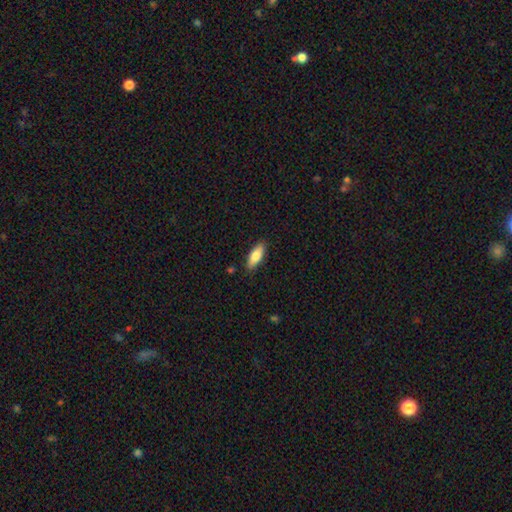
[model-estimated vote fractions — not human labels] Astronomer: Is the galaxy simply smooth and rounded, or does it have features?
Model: smooth — 79%.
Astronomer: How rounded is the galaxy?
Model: in between — 69%.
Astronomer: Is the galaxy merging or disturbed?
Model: none — 86%.